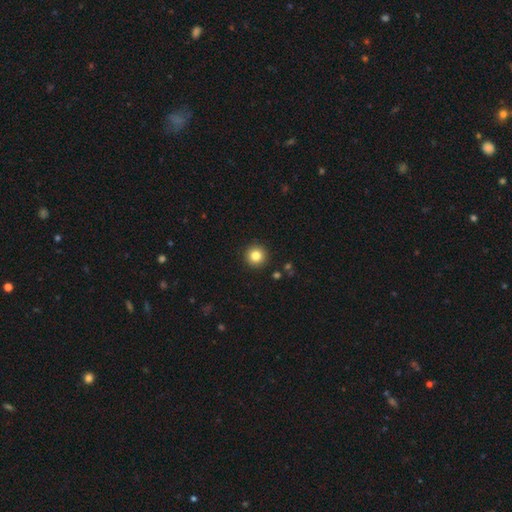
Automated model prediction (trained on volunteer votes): A smooth galaxy with no disk features (83%) that is round (96%). Merging: none (92%).